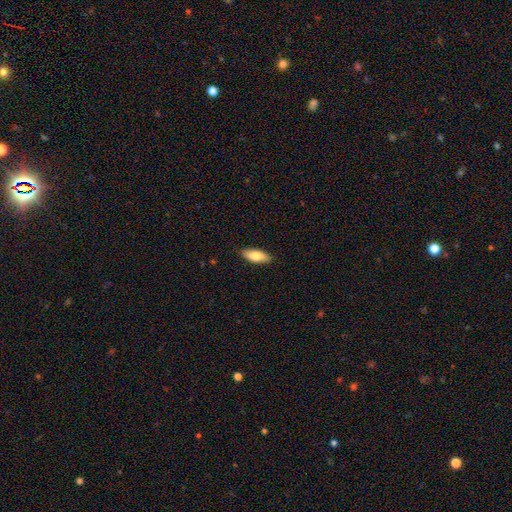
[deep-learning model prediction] smooth 79%, featured or disk 15%, star or artifact 6%. Down the decision tree: how rounded — in between (76%); merging — none (87%).